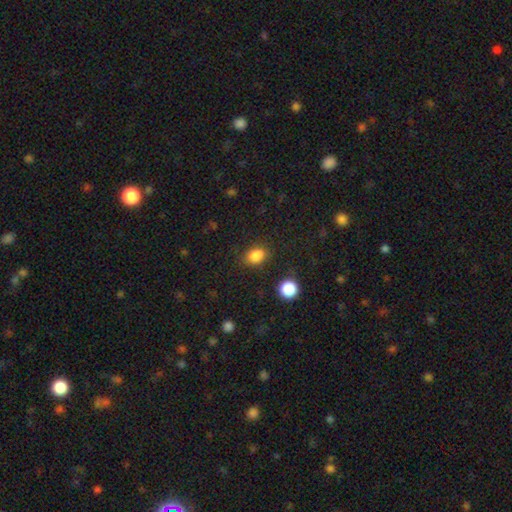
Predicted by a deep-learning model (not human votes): Smooth or featured? Predicted: smooth (p=0.84). How rounded? Predicted: in between (p=0.62). Merging? Predicted: none (p=0.78).